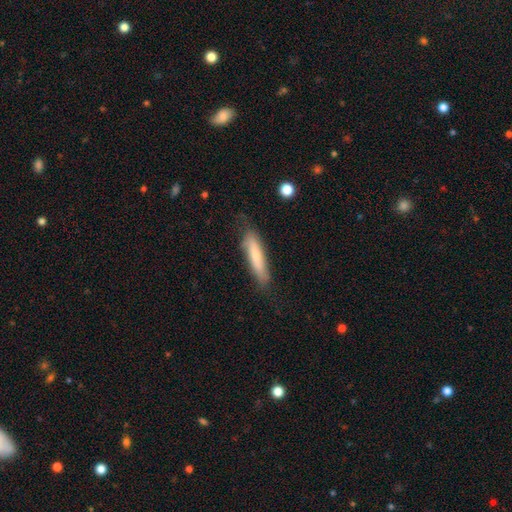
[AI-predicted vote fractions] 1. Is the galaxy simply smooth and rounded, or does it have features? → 69% smooth, 25% featured or disk, 6% star or artifact.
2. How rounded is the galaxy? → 83% cigar-shaped, 16% in between, 1% round.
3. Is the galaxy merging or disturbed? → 72% none, 21% minor disturbance, 5% major disturbance, 2% merger.